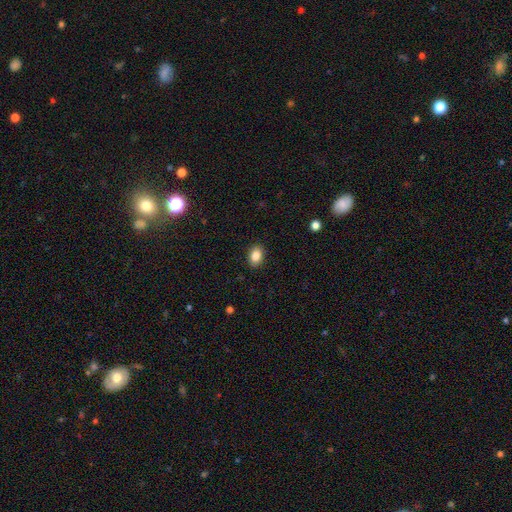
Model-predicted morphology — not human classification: type=smooth (86%); roundness=in between (75%); merging=none (89%).